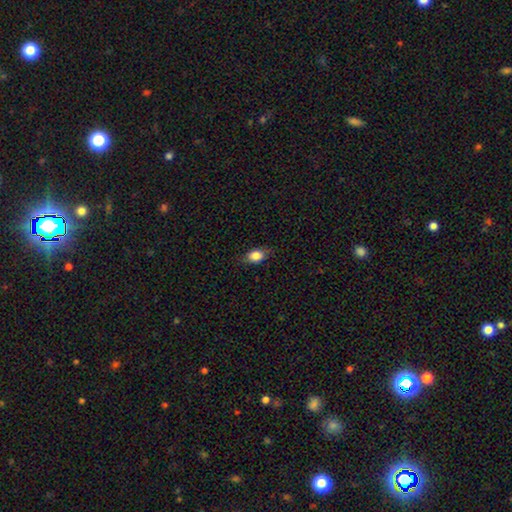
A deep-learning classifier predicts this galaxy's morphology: This is clearly a smooth galaxy (83%). How rounded: likely in between (76%). Merging: likely none (79%).